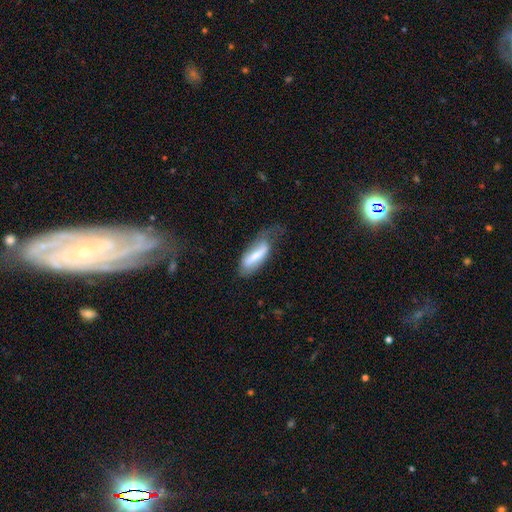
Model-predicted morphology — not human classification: A smooth galaxy with no disk features (56%) that is in between round and cigar-shaped (66%). Merging: none (34%, tied with minor disturbance).